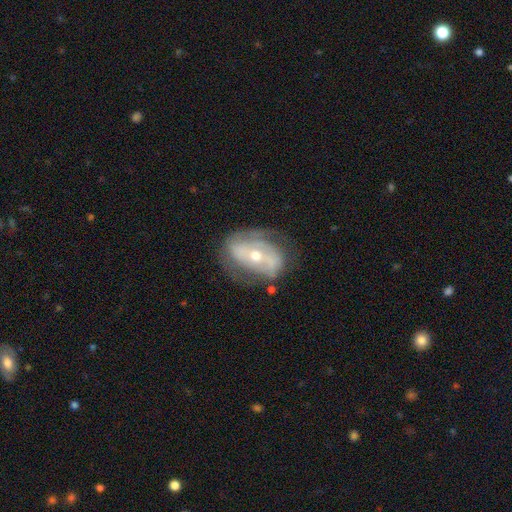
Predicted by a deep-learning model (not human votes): Smooth or featured? Predicted: featured or disk (p=0.74). Edge-on disk? Predicted: no (p=0.94). Bar? Predicted: no (p=0.43). Spiral arms? Predicted: yes (p=0.72). Spiral winding? Predicted: tight (p=0.45). Spiral arm count? Predicted: 2 (p=0.59). Bulge size? Predicted: moderate (p=0.58). Merging? Predicted: none (p=0.62).